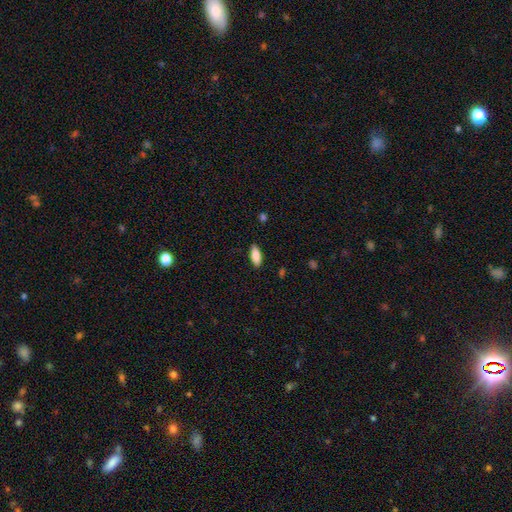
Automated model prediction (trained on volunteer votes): Smooth or featured: smooth — 87% (featured or disk — 7%)
How rounded: in between — 77% (cigar-shaped — 21%)
Merging: none — 88% (minor disturbance — 9%)